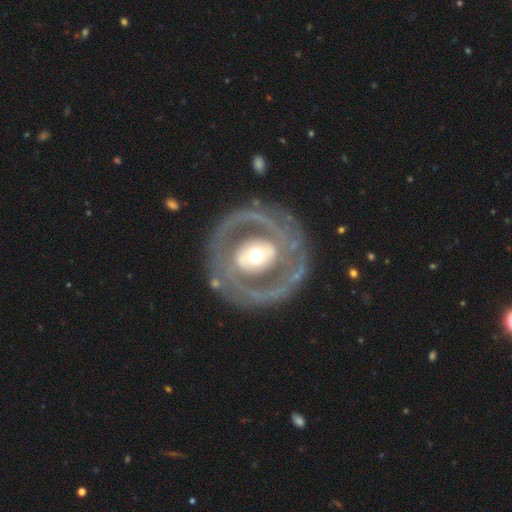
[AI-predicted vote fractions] Overall: featured or disk (82%). Edge-on disk: no (96%). Bar: no (40%; strong 31%). Spiral arms: yes (73%). Spiral arm count: 2 (76%). Spiral winding: medium (40%; tight 39%). Bulge size: moderate (62%). Merging: none (76%).